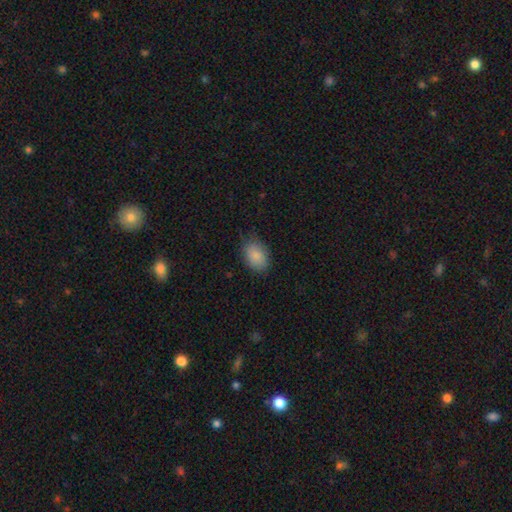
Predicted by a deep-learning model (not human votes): A smooth galaxy with no disk features (87%) that is in between round and cigar-shaped (84%). Merging: none (78%).